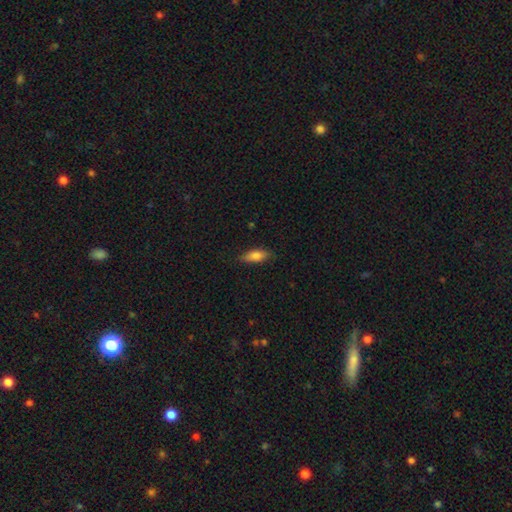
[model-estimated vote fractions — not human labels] A smooth galaxy with no disk features (76%) that is in between round and cigar-shaped (68%). Merging: none (82%).